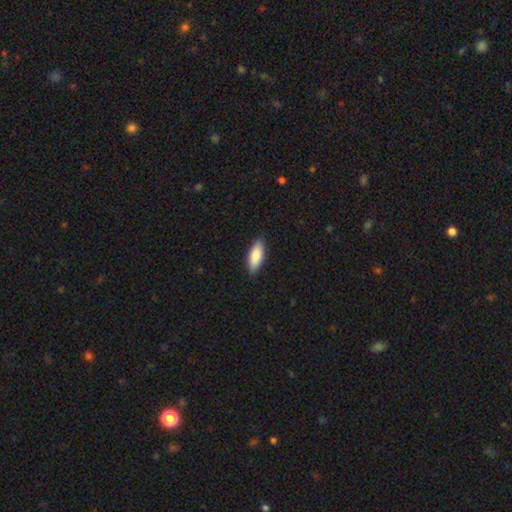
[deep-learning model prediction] Morphology: type=smooth (86%); roundness=in between (74%); merging=none (88%).